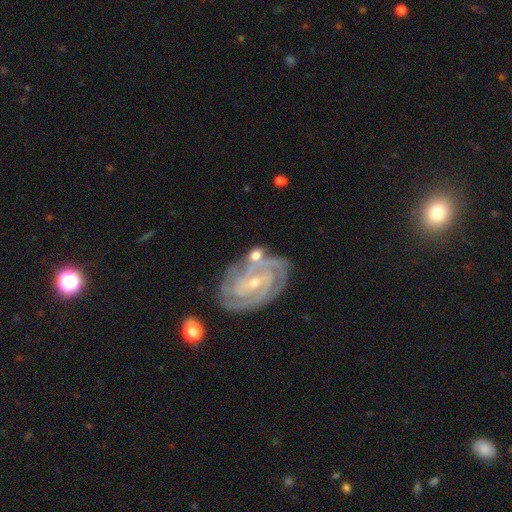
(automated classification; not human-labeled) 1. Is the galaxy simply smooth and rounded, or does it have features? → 73% featured or disk, 20% smooth, 7% star or artifact.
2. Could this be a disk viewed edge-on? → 96% no, 4% yes.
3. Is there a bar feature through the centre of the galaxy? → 45% no, 39% weak, 16% strong.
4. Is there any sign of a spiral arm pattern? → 91% yes, 9% no.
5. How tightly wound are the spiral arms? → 64% tight, 29% medium, 6% loose.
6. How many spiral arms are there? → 29% 2 (tied), 29% 3 (tied), 22% can't tell, 10% 4, 5% 1, 5% more than 4.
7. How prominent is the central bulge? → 65% small, 29% moderate, 3% large, 2% none, 1% dominant.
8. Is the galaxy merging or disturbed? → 56% none, 21% merger, 16% minor disturbance, 6% major disturbance.